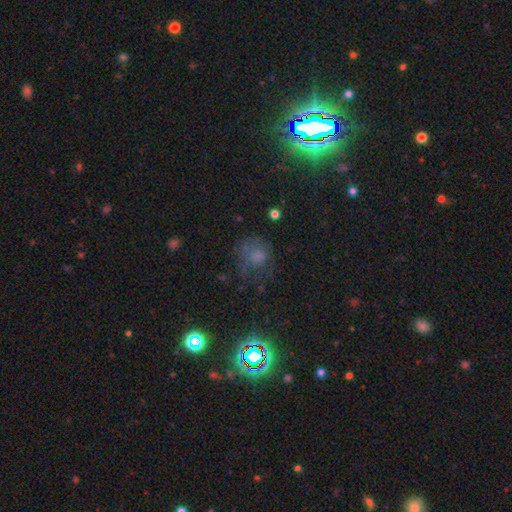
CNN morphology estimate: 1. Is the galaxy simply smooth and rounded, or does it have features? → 54% smooth, 24% star or artifact, 22% featured or disk.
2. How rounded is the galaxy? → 75% round, 24% in between, 1% cigar-shaped.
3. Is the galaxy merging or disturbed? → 46% none, 28% major disturbance, 23% minor disturbance, 3% merger.